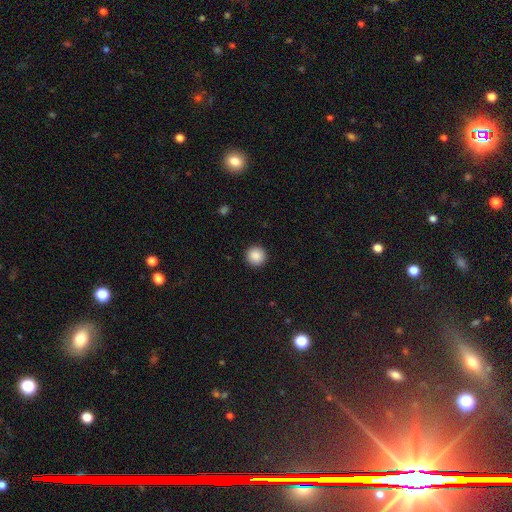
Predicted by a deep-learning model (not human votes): Q: Smooth or featured?
A: smooth (88%); runner-up: star or artifact (9%)
Q: How rounded?
A: round (96%); runner-up: in between (3%)
Q: Merging?
A: none (93%); runner-up: minor disturbance (4%)